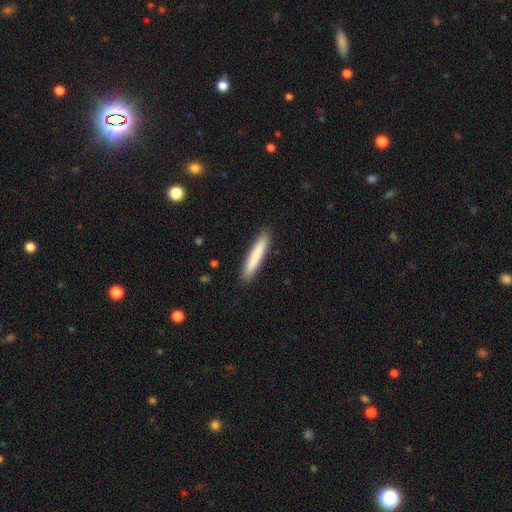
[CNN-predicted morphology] This appears to be a smooth galaxy with no disk features (81%) that is cigar-shaped (93%). Merging: none (90%).